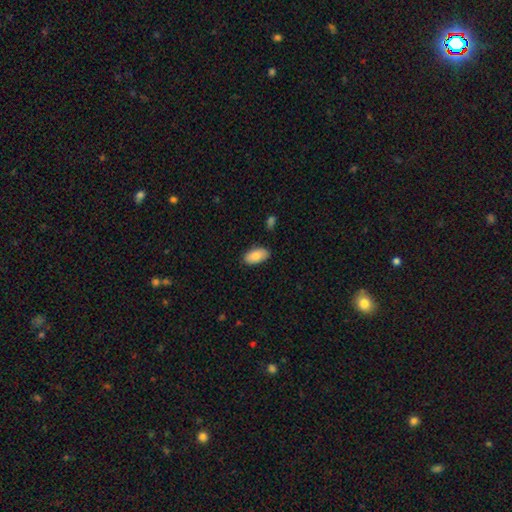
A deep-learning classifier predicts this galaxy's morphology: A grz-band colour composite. It shows a smooth galaxy with no disk features (87%) that is in between round and cigar-shaped (95%). Merging: none (85%).